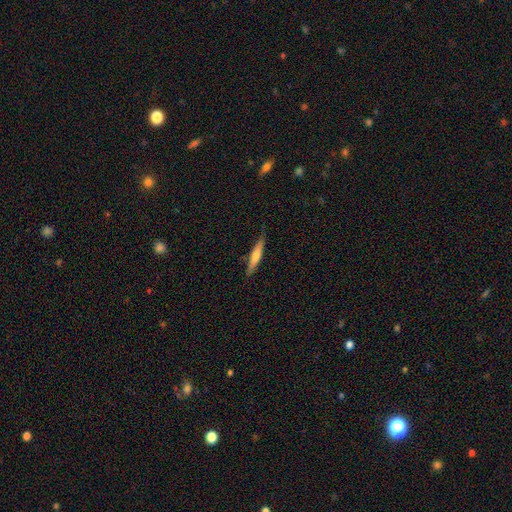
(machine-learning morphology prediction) A smooth galaxy with no disk features (52%) that is cigar-shaped (91%).

Vote fractions:
- Smooth or featured? smooth: 52% / featured or disk: 42% / star or artifact: 6%
- How rounded? cigar-shaped: 91% / in between: 7% / round: 1%
- Merging? none: 84% / minor disturbance: 12% / major disturbance: 2% / merger: 1%